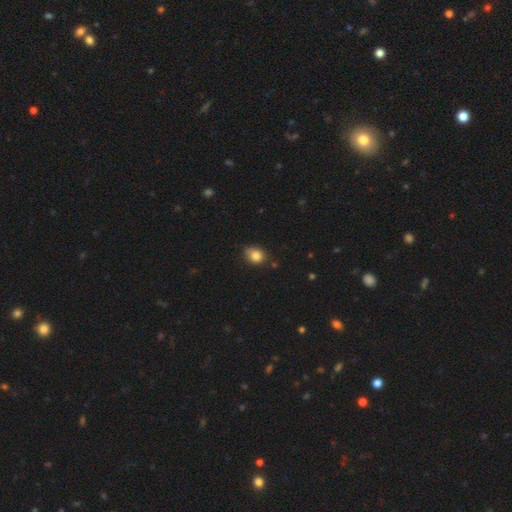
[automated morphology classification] smooth-or-featured: smooth: 84% | star or artifact: 10% | featured or disk: 6%
  how-rounded: in between: 53% | round: 46% | cigar-shaped: 1%
  merging: none: 67% | minor disturbance: 26% | major disturbance: 4% | merger: 3%